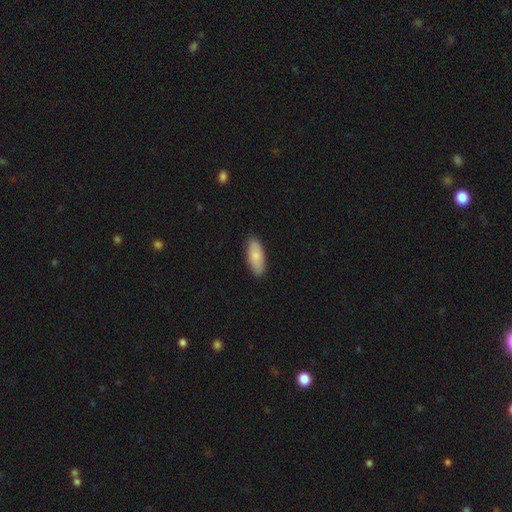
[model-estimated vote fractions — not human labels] Smooth or featured?
  - smooth: 84% *
  - featured or disk: 11%
  - star or artifact: 5%
How rounded?
  - in between: 82% *
  - cigar-shaped: 16%
  - round: 2%
Merging?
  - none: 87% *
  - minor disturbance: 10%
  - major disturbance: 2%
  - merger: 1%